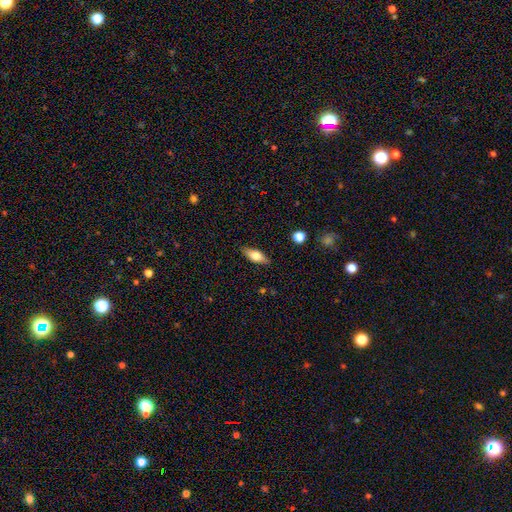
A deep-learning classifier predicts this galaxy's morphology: smooth-or-featured: smooth: 69% | featured or disk: 24% | star or artifact: 7%
  how-rounded: in between: 74% | cigar-shaped: 22% | round: 3%
  merging: none: 86% | minor disturbance: 11% | major disturbance: 2% | merger: 1%